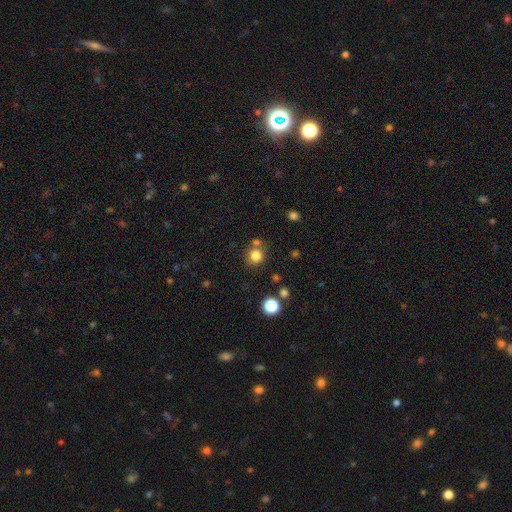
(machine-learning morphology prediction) type=smooth (81%); roundness=round (88%); merging=none (72%).